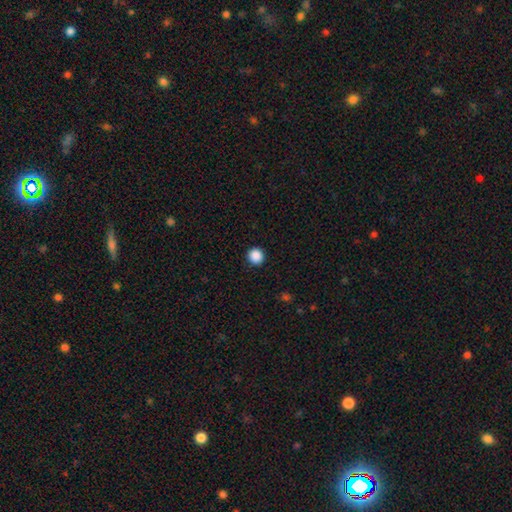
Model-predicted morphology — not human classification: Smooth or featured? smooth (88%)
How rounded? round (93%)
Merging? none (93%)